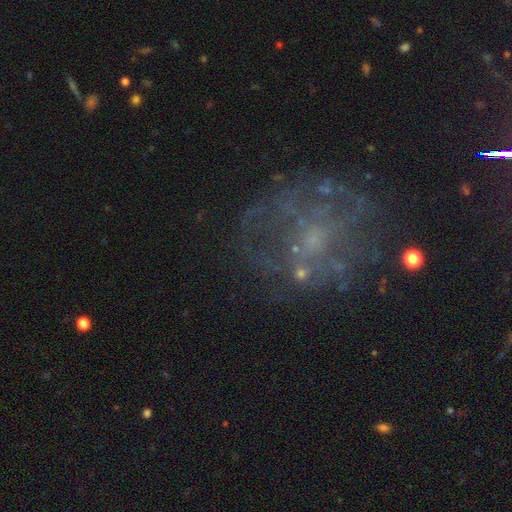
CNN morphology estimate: This is likely a featured or disk galaxy (61%). It is clearly not viewed edge-on (98%). Bar: clearly no (84%). Spiral arm pattern: likely no (69%). Central bulge: marginally small (41%, tied with none). Merging: likely none (63%).